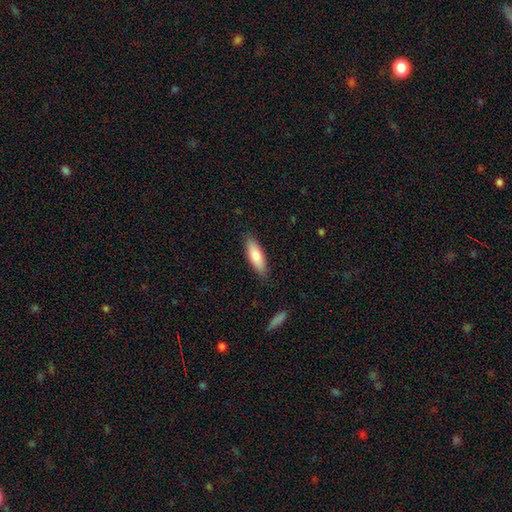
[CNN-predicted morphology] smooth_or_featured: smooth (p=0.79) [alt: featured or disk p=0.16]
how_rounded: in between (p=0.54) [alt: cigar-shaped p=0.44]
merging: none (p=0.86) [alt: minor disturbance p=0.11]